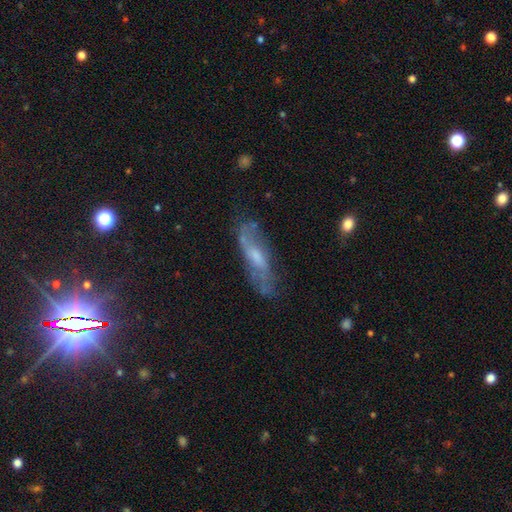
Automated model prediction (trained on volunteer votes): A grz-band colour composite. It shows a featured or disk galaxy (62%). Merging: none (71%).